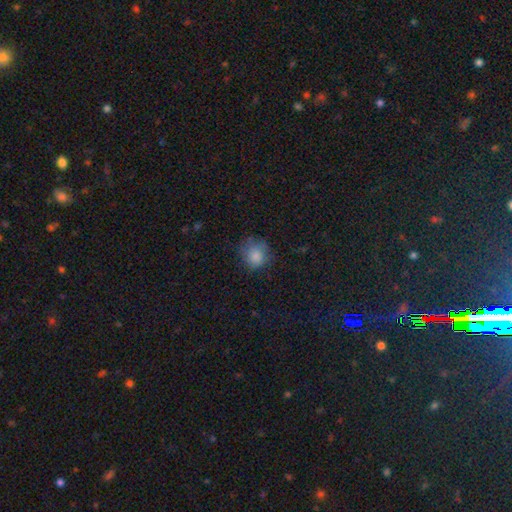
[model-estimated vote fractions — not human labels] Smooth or featured: smooth — 83% (star or artifact — 10%)
How rounded: round — 85% (in between — 14%)
Merging: none — 72% (minor disturbance — 20%)